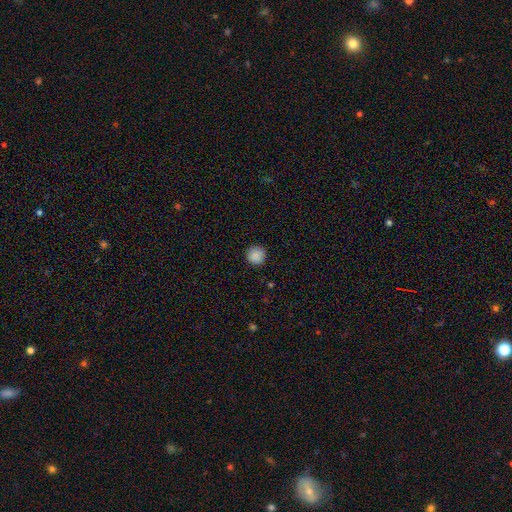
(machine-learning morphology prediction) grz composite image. It shows a smooth galaxy with no disk features (88%) that is round (95%). Merging: none (90%).